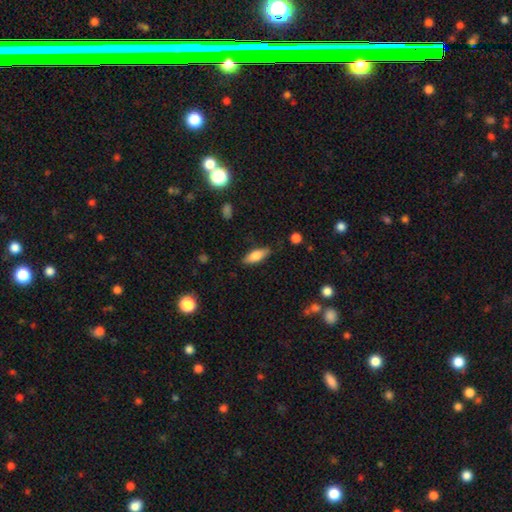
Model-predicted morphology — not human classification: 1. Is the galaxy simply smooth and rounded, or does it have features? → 74% smooth, 19% featured or disk, 7% star or artifact.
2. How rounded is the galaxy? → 69% in between, 28% cigar-shaped, 2% round.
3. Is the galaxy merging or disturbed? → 81% none, 14% minor disturbance, 3% major disturbance, 1% merger.